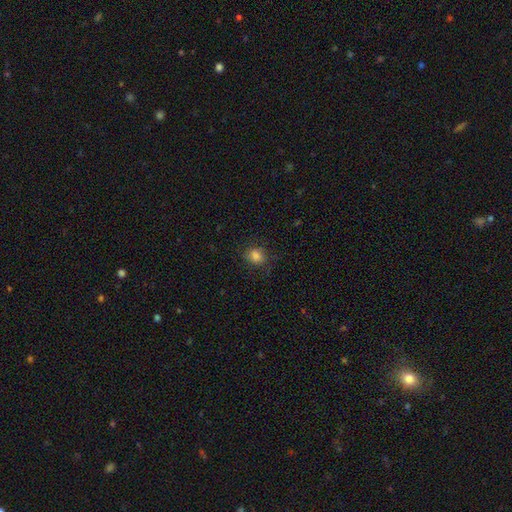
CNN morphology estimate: smooth-or-featured: smooth: 82% | star or artifact: 12% | featured or disk: 6%
  how-rounded: round: 64% | in between: 35% | cigar-shaped: 1%
  merging: none: 78% | minor disturbance: 15% | major disturbance: 6% | merger: 1%